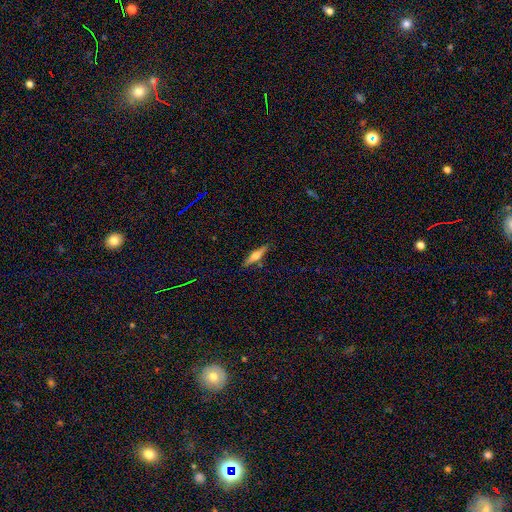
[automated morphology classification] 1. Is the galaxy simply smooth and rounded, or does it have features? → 55% featured or disk, 38% smooth, 6% star or artifact.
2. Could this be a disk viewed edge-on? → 95% yes, 5% no.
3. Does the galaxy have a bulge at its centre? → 89% rounded, 6% boxy, 4% none.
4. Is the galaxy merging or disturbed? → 86% none, 10% minor disturbance, 3% merger, 2% major disturbance.